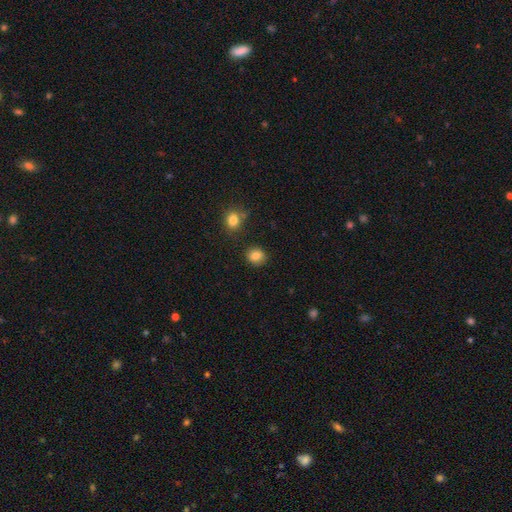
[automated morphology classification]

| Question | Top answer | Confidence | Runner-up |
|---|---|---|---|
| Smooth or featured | smooth | 84% | star or artifact (10%) |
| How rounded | round | 76% | in between (23%) |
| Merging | none | 86% | minor disturbance (9%) |